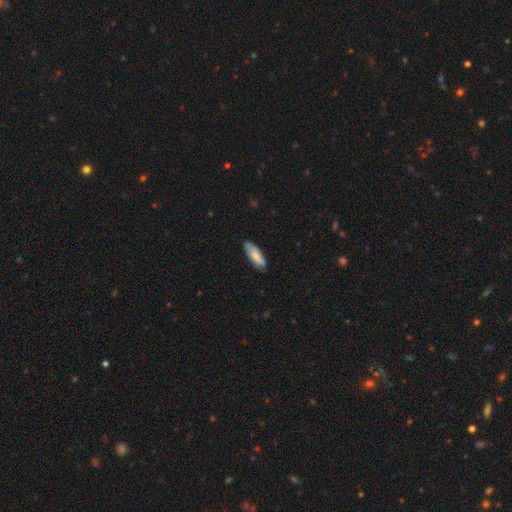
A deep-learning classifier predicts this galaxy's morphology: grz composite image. It shows a smooth galaxy with no disk features (75%) that is in between round and cigar-shaped (58%). Merging: none (74%).